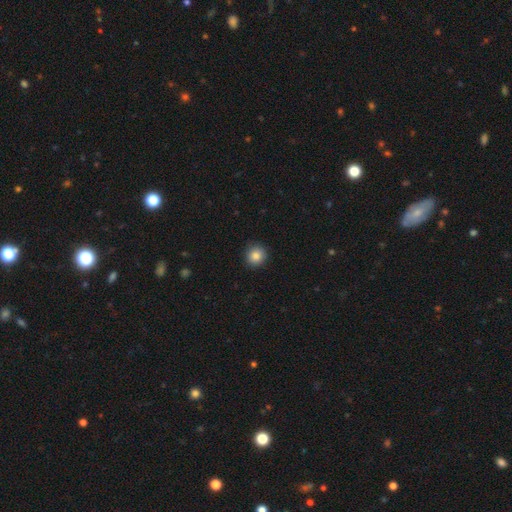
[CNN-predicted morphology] Smooth or featured? smooth (85%)
How rounded? round (93%)
Merging? none (91%)